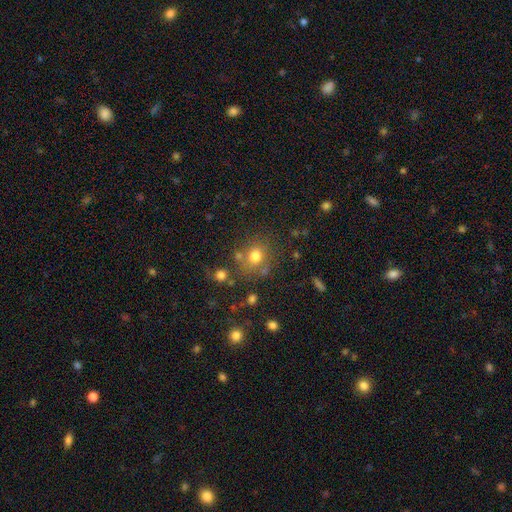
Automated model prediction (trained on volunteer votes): Morphology: type=smooth (75%); roundness=round (73%); merging=none (71%).